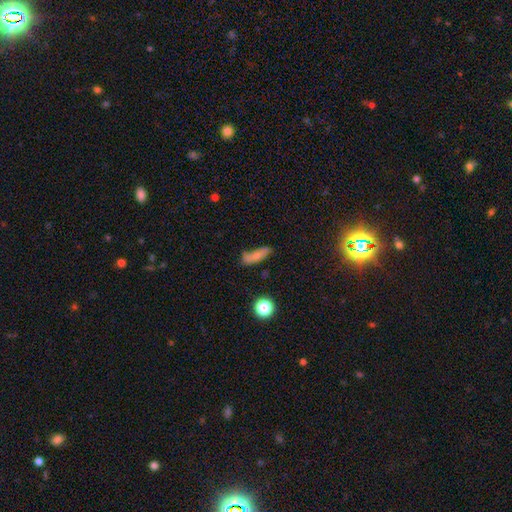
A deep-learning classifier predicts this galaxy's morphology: smooth_or_featured: smooth (p=0.68) [alt: featured or disk p=0.20]
how_rounded: in between (p=0.50) [alt: cigar-shaped p=0.44]
merging: none (p=0.48) [alt: minor disturbance p=0.26]